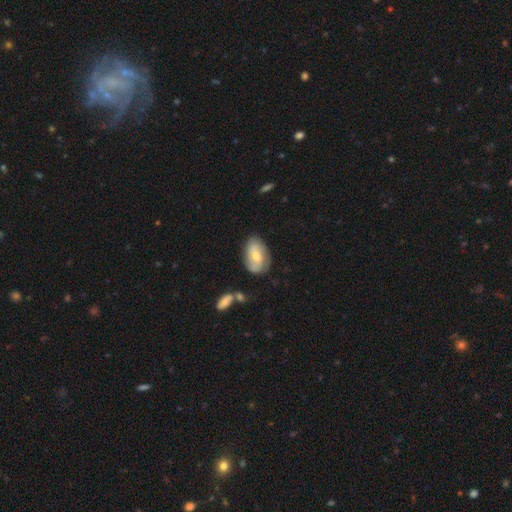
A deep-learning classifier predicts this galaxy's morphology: smooth-or-featured: featured or disk: 48% | smooth: 46% | star or artifact: 6%
  merging: none: 70% | minor disturbance: 21% | major disturbance: 6% | merger: 3%